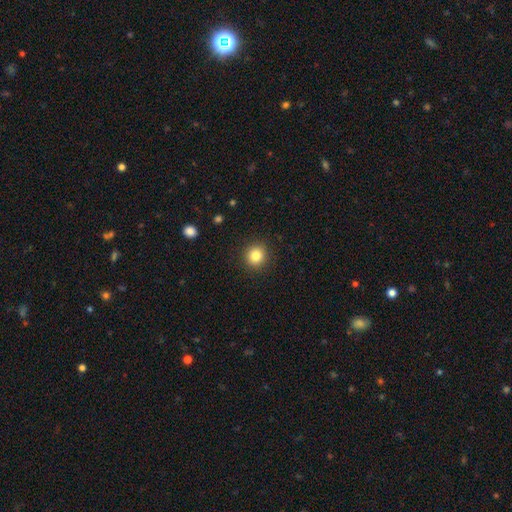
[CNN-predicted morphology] The model was most divided on "smooth or featured": smooth: 83%, star or artifact: 11%, featured or disk: 6%. More confident: merging — none (91%); how rounded — round (91%).